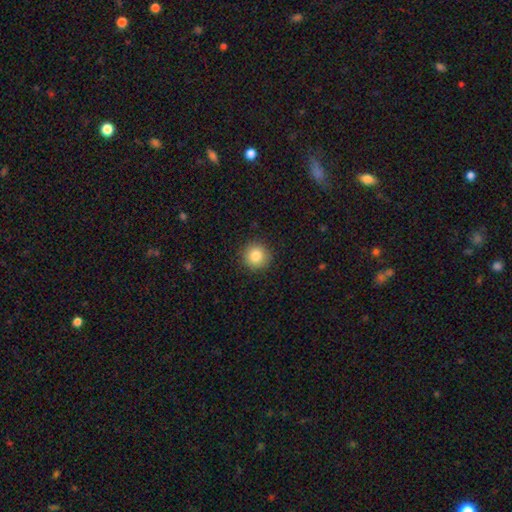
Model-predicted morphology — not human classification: This is clearly a smooth galaxy (84%). How rounded: clearly round (94%). Merging: clearly none (91%).